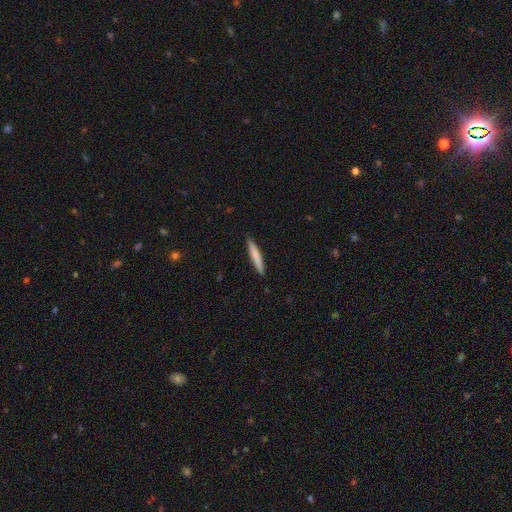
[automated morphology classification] smooth-or-featured: smooth: 75% | featured or disk: 20% | star or artifact: 5%
  how-rounded: cigar-shaped: 95% | in between: 4% | round: 1%
  merging: none: 90% | minor disturbance: 8% | major disturbance: 1% | merger: 1%